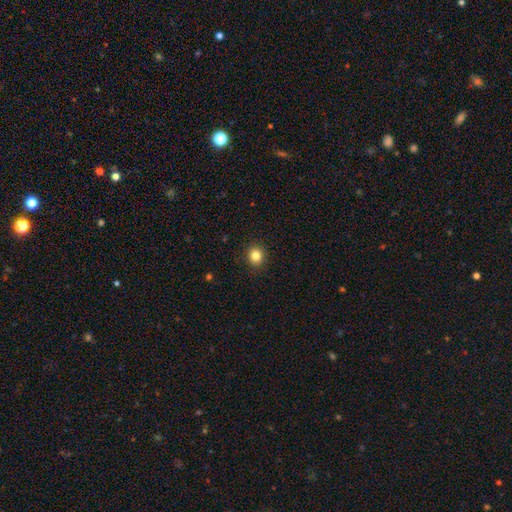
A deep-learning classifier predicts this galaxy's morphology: smooth-or-featured: smooth: 83% | star or artifact: 12% | featured or disk: 5%
  how-rounded: round: 84% | in between: 15% | cigar-shaped: 1%
  merging: none: 92% | minor disturbance: 6% | major disturbance: 2% | merger: 1%